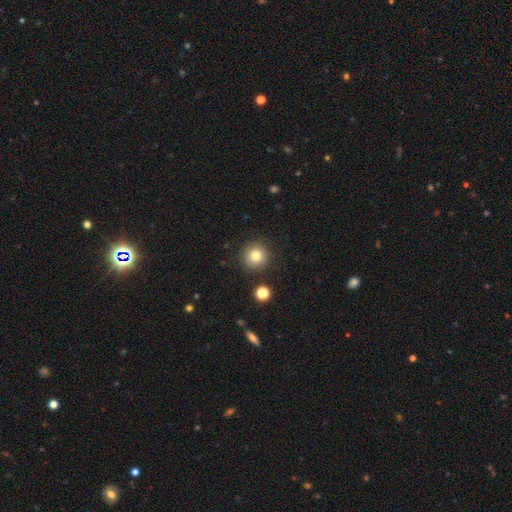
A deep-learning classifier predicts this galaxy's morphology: Smooth or featured?
  - smooth: 80% *
  - star or artifact: 12%
  - featured or disk: 8%
How rounded?
  - round: 94% *
  - in between: 5%
  - cigar-shaped: 1%
Merging?
  - none: 88% *
  - minor disturbance: 7%
  - major disturbance: 2%
  - merger: 2%